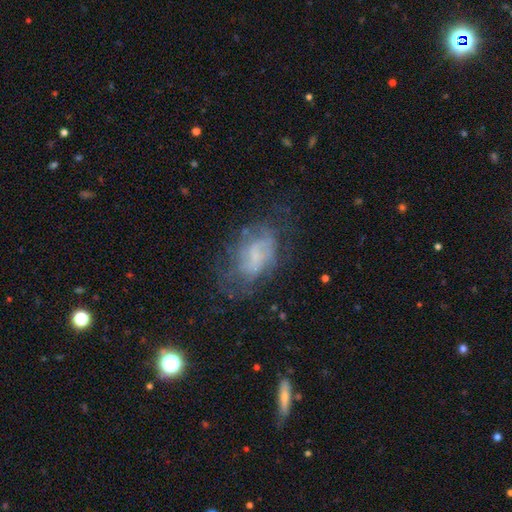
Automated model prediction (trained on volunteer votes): Overall: featured or disk (52%; smooth 36%). Edge-on disk: no (96%). Merging: none (54%; minor disturbance 24%).